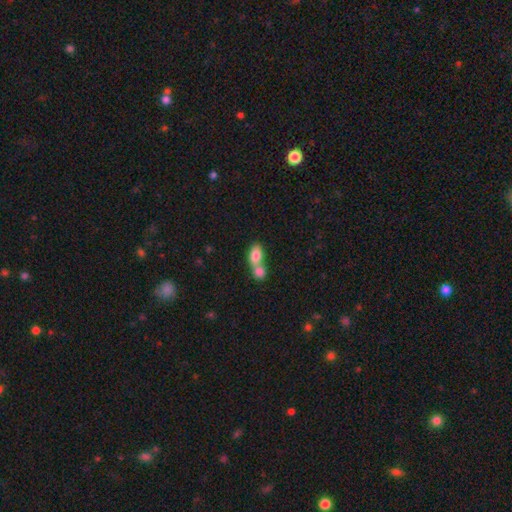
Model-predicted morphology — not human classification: Smooth or featured? smooth (81%)
How rounded? in between (81%)
Merging? merger (71%)